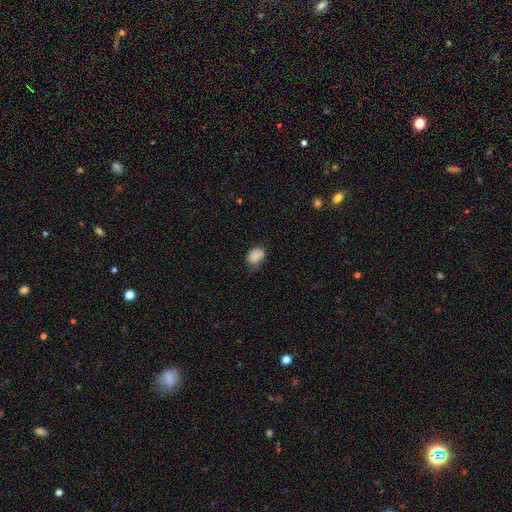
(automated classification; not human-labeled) Smooth or featured? smooth (83%)
How rounded? in between (66%)
Merging? none (53%)